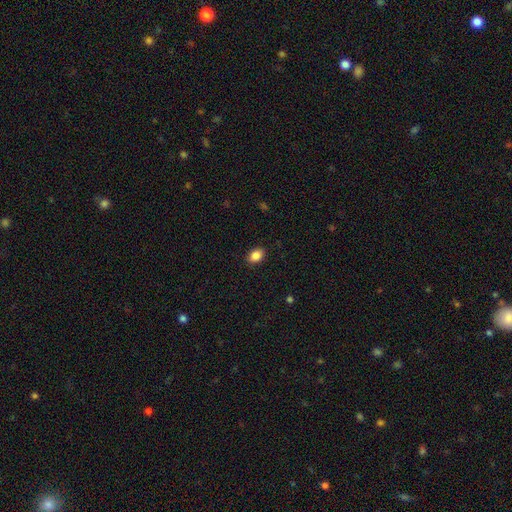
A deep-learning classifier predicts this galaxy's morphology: smooth-or-featured: smooth: 88% | star or artifact: 9% | featured or disk: 4%
  how-rounded: in between: 79% | round: 20% | cigar-shaped: 1%
  merging: none: 89% | minor disturbance: 8% | major disturbance: 2% | merger: 1%